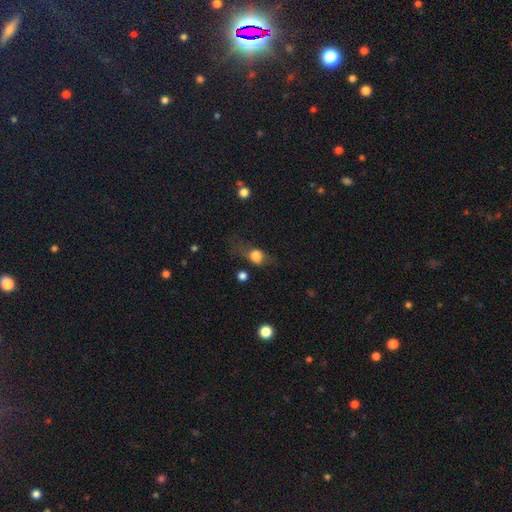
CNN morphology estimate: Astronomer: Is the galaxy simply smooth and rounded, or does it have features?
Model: smooth — 71%.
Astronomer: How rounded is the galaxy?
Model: round — 50% (runner-up: in between, 45%).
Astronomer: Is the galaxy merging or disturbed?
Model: none — 49% (runner-up: minor disturbance, 25%).